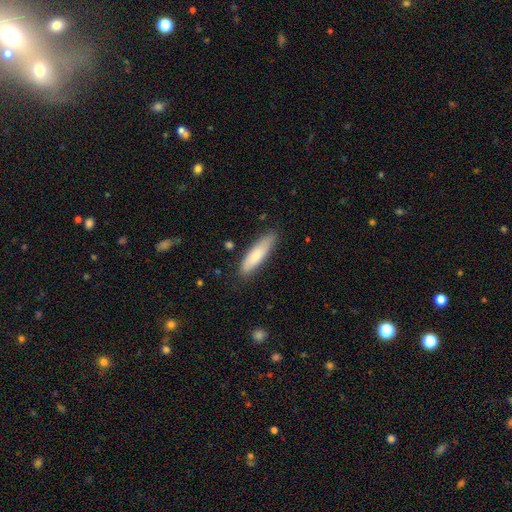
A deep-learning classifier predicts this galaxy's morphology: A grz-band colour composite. It shows a smooth galaxy with no disk features (81%) that is cigar-shaped (70%). Merging: none (83%).